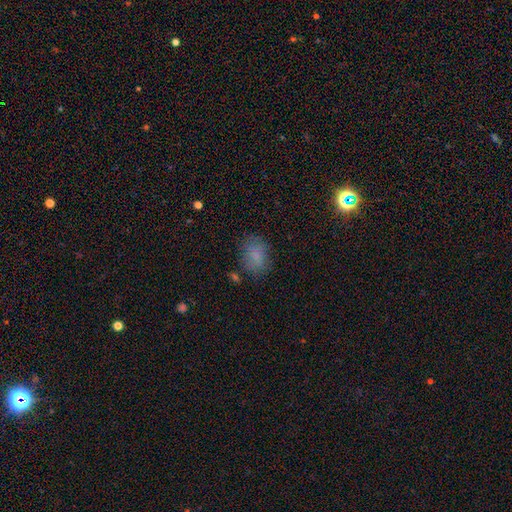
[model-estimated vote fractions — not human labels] Overall: smooth (79%). How rounded: in between (69%; round 30%). Merging: none (73%).